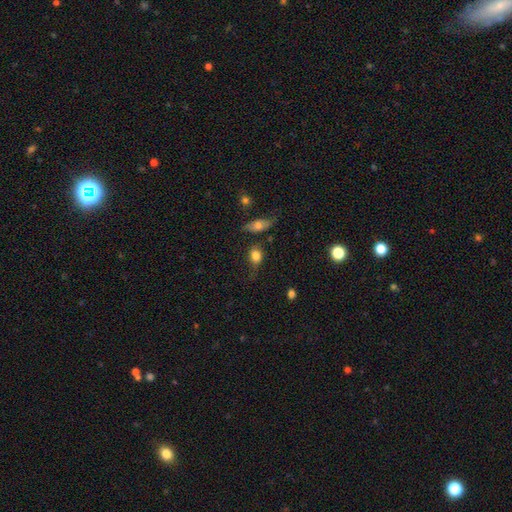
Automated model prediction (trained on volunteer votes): Smooth or featured? Predicted: smooth (p=0.80). How rounded? Predicted: in between (p=0.60). Merging? Predicted: none (p=0.50).